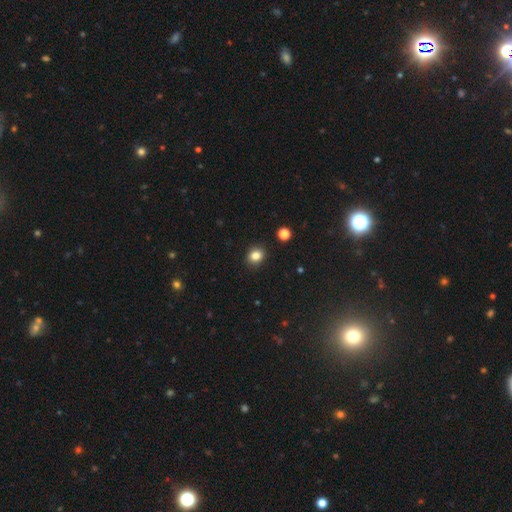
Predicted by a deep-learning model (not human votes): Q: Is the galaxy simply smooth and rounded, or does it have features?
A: smooth — 83%.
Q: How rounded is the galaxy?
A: round — 68%.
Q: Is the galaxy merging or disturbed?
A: none — 89%.